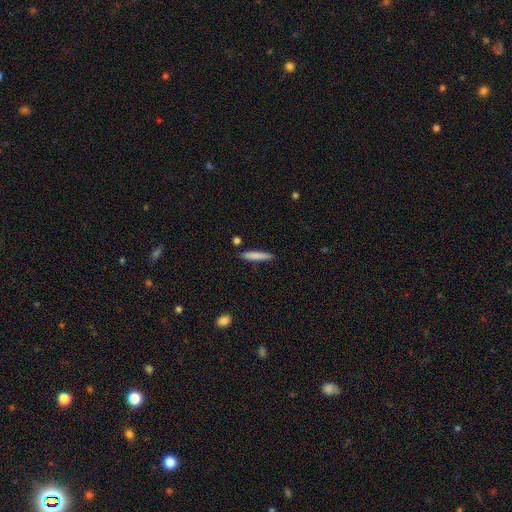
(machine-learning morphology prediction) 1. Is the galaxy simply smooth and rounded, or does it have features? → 81% smooth, 13% featured or disk, 6% star or artifact.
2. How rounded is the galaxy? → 92% cigar-shaped, 7% in between, 1% round.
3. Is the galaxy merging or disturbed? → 86% none, 9% minor disturbance, 3% merger, 2% major disturbance.